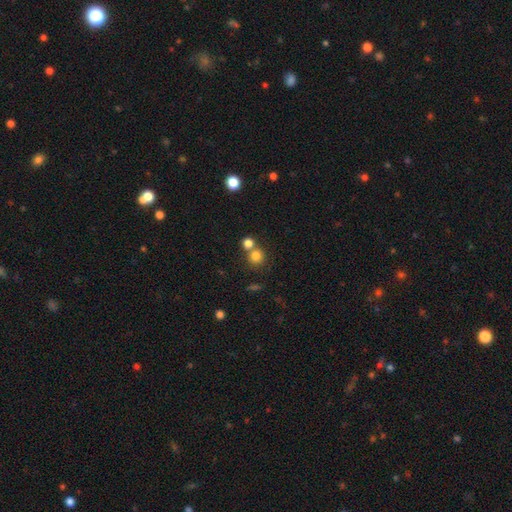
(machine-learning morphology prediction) Overall: smooth (79%). How rounded: round (89%). Merging: none (56%; merger 35%).